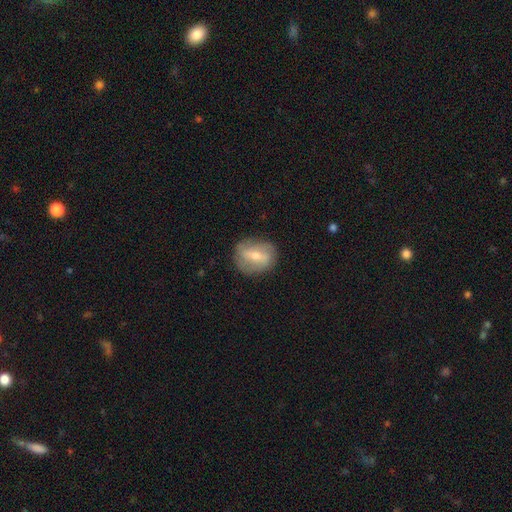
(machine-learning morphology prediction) This is possibly a featured or disk galaxy (55%). It is clearly not viewed edge-on (90%). Merging: clearly none (80%).